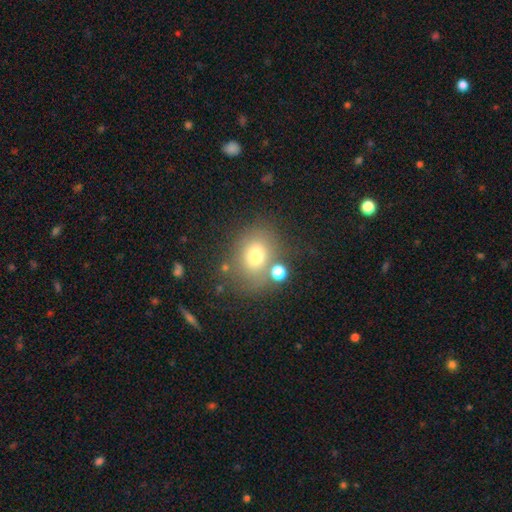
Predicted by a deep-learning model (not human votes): Smooth or featured: smooth — 70% (featured or disk — 16%)
How rounded: round — 59% (in between — 40%)
Merging: none — 65% (minor disturbance — 15%)